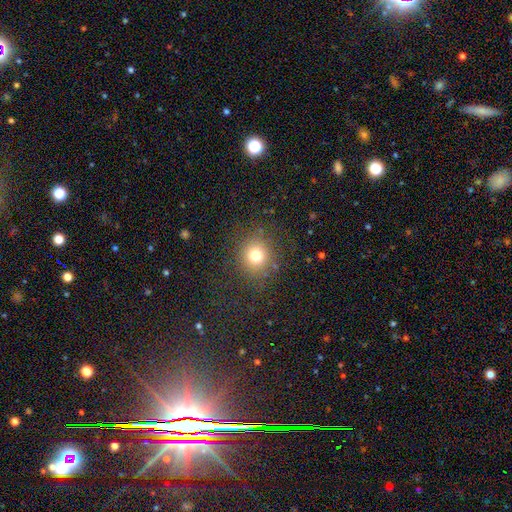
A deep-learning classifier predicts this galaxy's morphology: This appears to be a smooth galaxy with no disk features (77%) that is round (85%). Merging: none (83%).